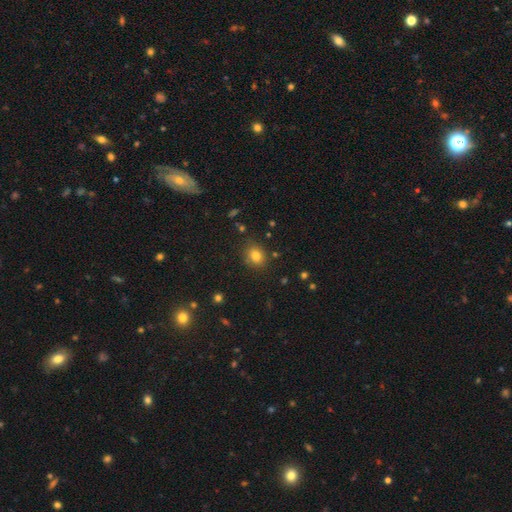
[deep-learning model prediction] smooth_or_featured: smooth (p=0.81) [alt: star or artifact p=0.12]
how_rounded: round (p=0.57) [alt: in between p=0.42]
merging: none (p=0.79) [alt: minor disturbance p=0.14]